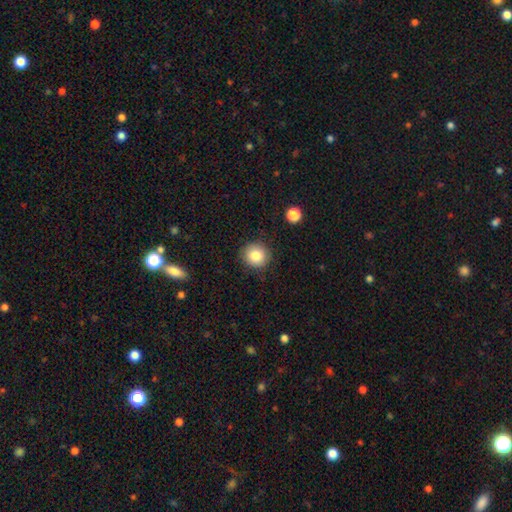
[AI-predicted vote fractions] A smooth galaxy with no disk features (83%) that is round (89%).

Vote fractions:
- Smooth or featured? smooth: 83% / star or artifact: 9% / featured or disk: 7%
- How rounded? round: 89% / in between: 10% / cigar-shaped: 1%
- Merging? none: 87% / minor disturbance: 9% / major disturbance: 2% / merger: 1%